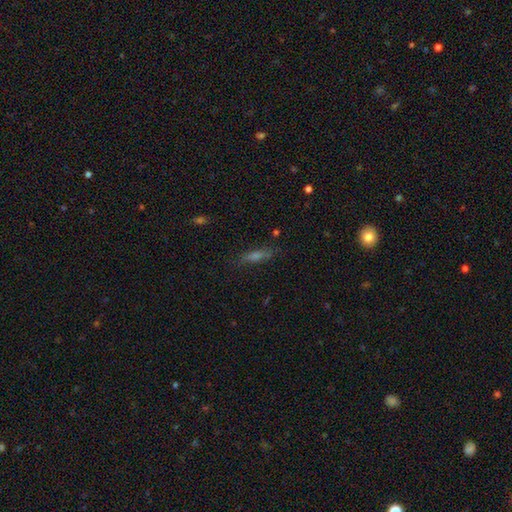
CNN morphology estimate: This appears to be a smooth galaxy with no disk features (45%). Merging: none (78%).